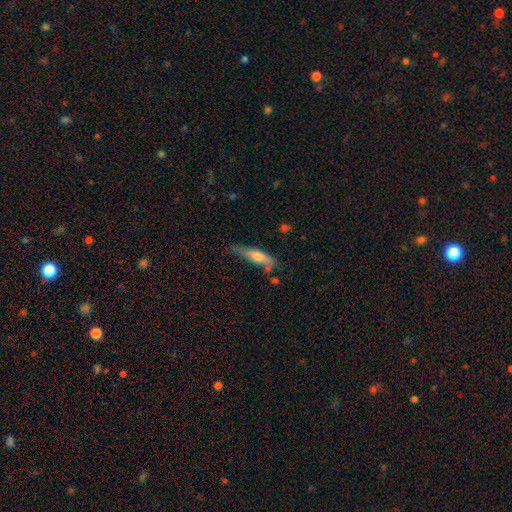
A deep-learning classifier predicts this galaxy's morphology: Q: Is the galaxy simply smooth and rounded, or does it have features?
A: smooth — 64%.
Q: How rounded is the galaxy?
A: cigar-shaped — 72%.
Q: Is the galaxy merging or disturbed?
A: none — 51%.